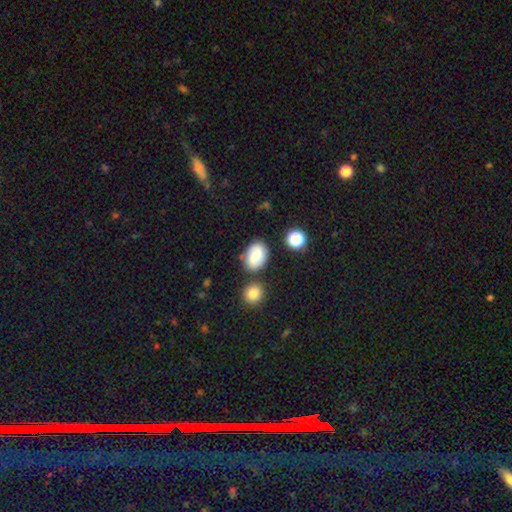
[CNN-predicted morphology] Q: Smooth or featured?
A: smooth (73%); runner-up: featured or disk (17%)
Q: How rounded?
A: in between (74%); runner-up: round (25%)
Q: Merging?
A: none (73%); runner-up: minor disturbance (15%)